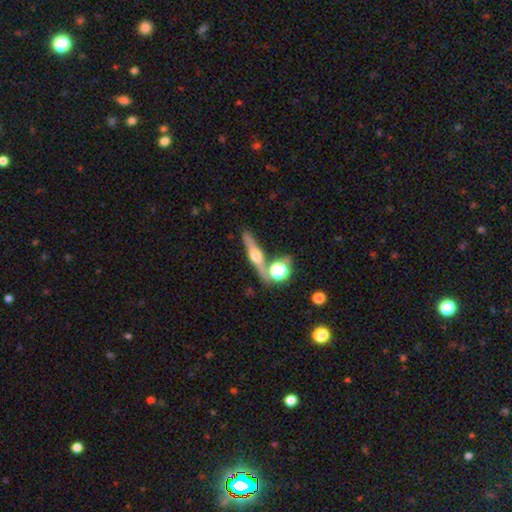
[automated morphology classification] Q: Smooth or featured?
A: featured or disk (67%); runner-up: smooth (23%)
Q: Edge-on disk?
A: yes (94%); runner-up: no (6%)
Q: Edge-on bulge?
A: rounded (94%); runner-up: boxy (3%)
Q: Merging?
A: none (77%); runner-up: merger (12%)